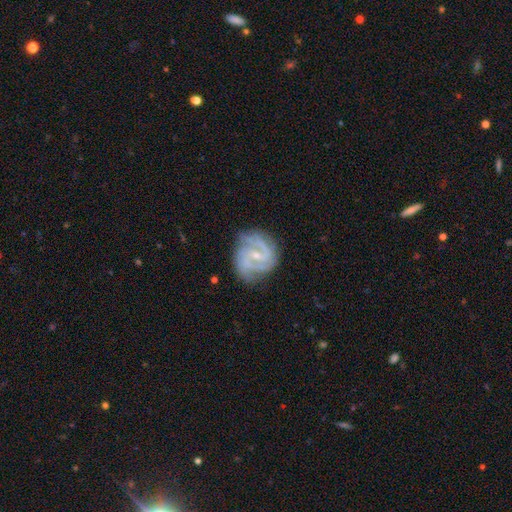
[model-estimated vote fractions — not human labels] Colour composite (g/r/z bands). It shows a featured or disk galaxy (87%) with a weak bar (51%), 2 (51%) medium (47%) spiral arms (96%) and a small central bulge (70%). Merging: none (72%).